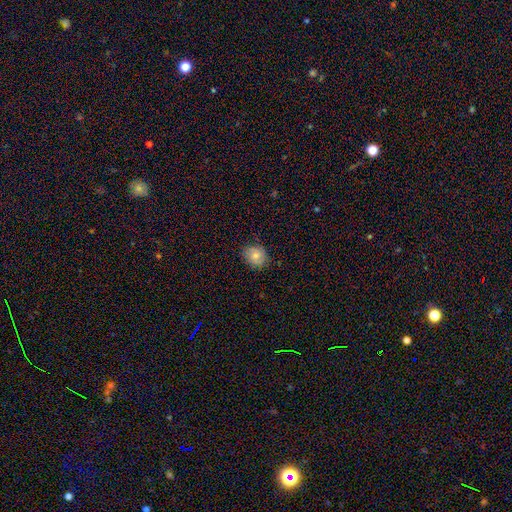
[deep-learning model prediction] smooth 72%, featured or disk 18%, star or artifact 9%. Down the decision tree: how rounded — round (63%); merging — none (81%).